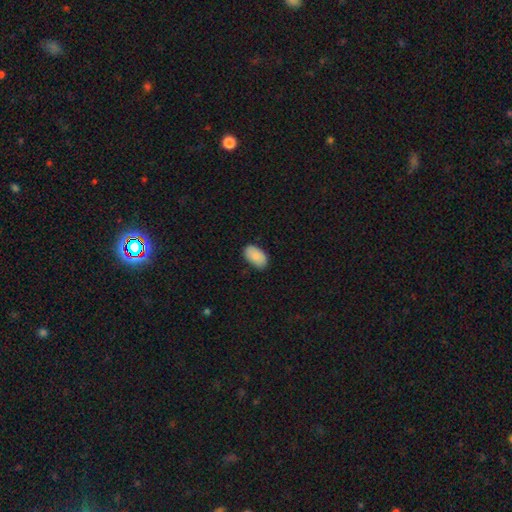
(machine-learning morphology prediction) type=smooth (87%); roundness=in between (94%); merging=none (81%).